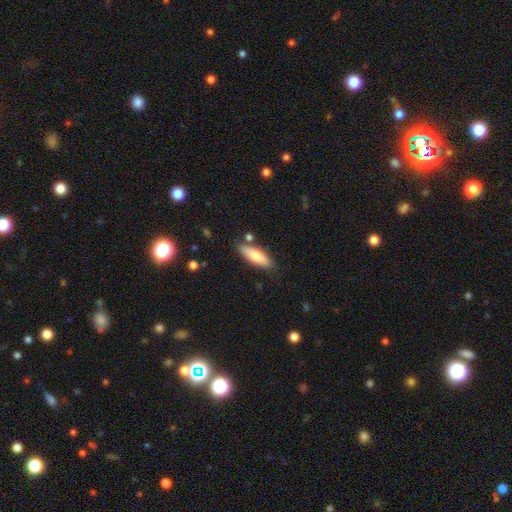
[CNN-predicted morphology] type=smooth (80%); roundness=in between (50%); merging=none (80%).